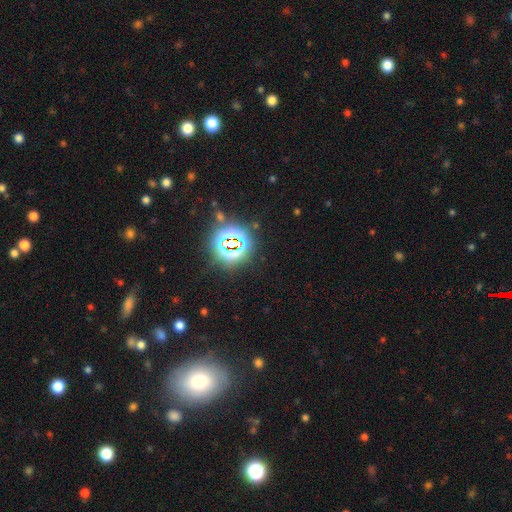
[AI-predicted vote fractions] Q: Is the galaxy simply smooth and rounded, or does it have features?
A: star or artifact — 69%.